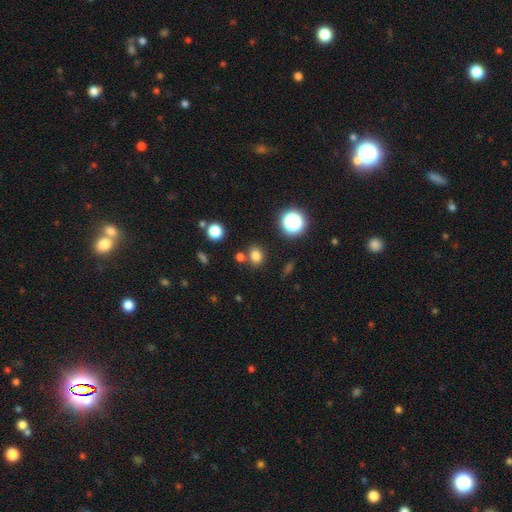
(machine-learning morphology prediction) Smooth or featured? Predicted: smooth (p=0.77). How rounded? Predicted: round (p=0.61). Merging? Predicted: none (p=0.76).